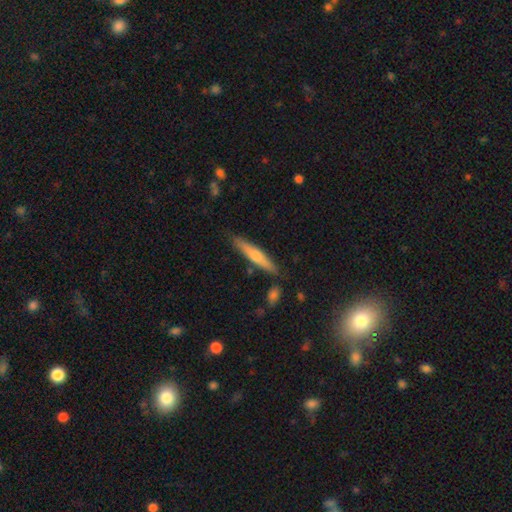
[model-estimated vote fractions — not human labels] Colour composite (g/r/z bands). It shows a featured or disk galaxy (48%). Merging: none (86%).